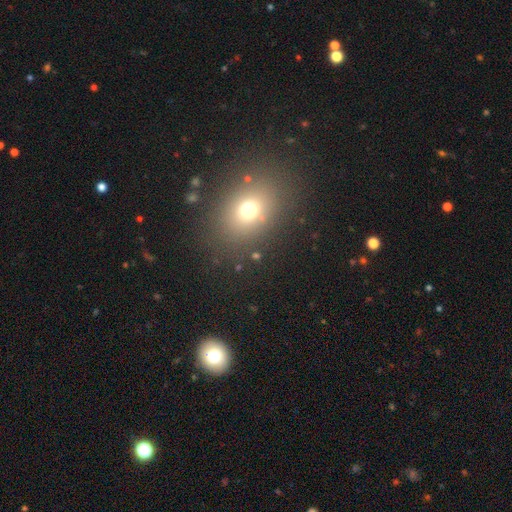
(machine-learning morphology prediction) Smooth or featured?
  - smooth: 67% *
  - star or artifact: 21%
  - featured or disk: 12%
How rounded?
  - in between: 52% *
  - round: 46%
  - cigar-shaped: 2%
Merging?
  - none: 81% *
  - minor disturbance: 10%
  - major disturbance: 5%
  - merger: 4%